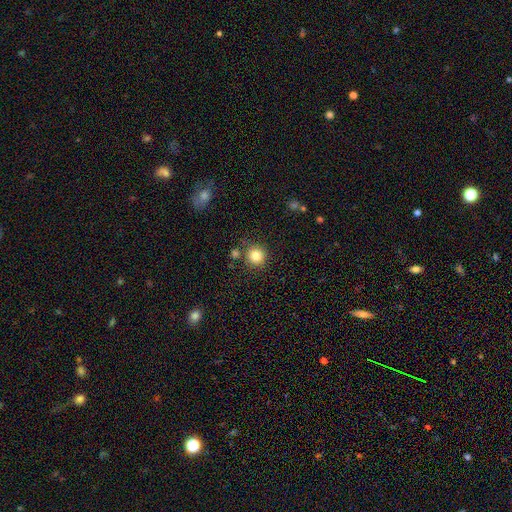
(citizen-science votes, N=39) A smooth galaxy with no disk features (95%) that is round (100%).

Vote fractions:
- Smooth or featured? smooth: 95% / star or artifact: 5% / featured or disk: 0%
- How rounded? round: 100% / in between: 0% / cigar-shaped: 0%
- Merging? none: 68% / minor disturbance: 16% / major disturbance: 8% / merger: 8%